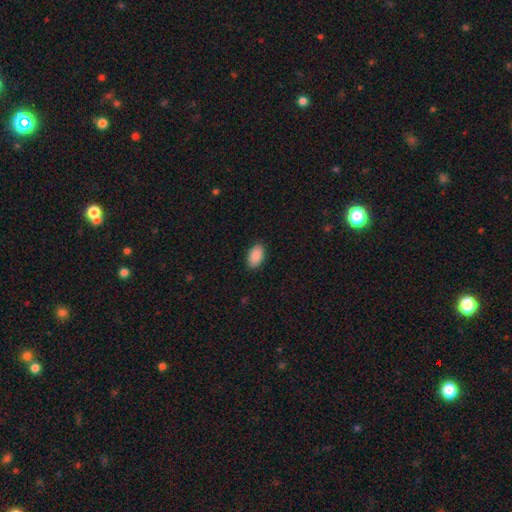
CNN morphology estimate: This appears to be a smooth galaxy with no disk features (90%) that is in between round and cigar-shaped (94%). Merging: none (89%).